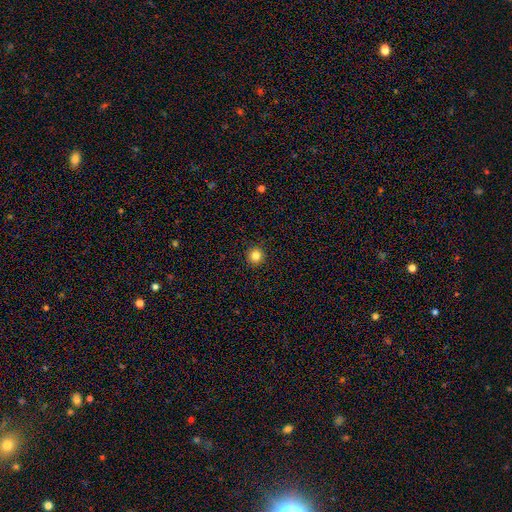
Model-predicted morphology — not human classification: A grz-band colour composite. It shows a smooth galaxy with no disk features (83%) that is round (95%). Merging: none (93%).